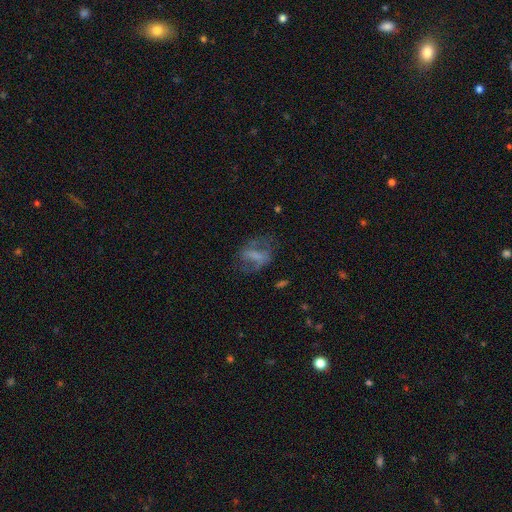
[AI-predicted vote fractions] A featured or disk galaxy (49%). Merging: none (52%).